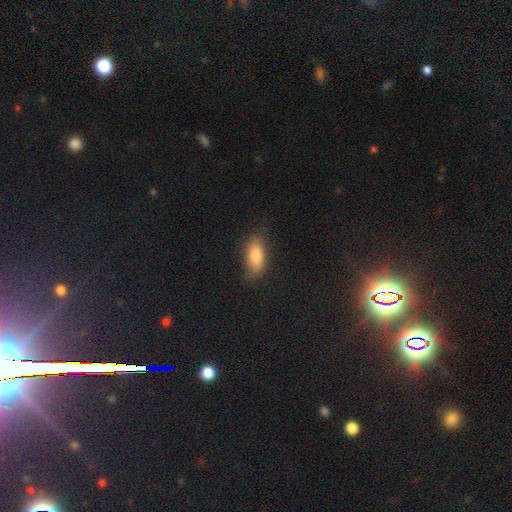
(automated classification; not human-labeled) This is clearly a smooth galaxy (83%). How rounded: clearly in between (88%). Merging: likely none (72%).